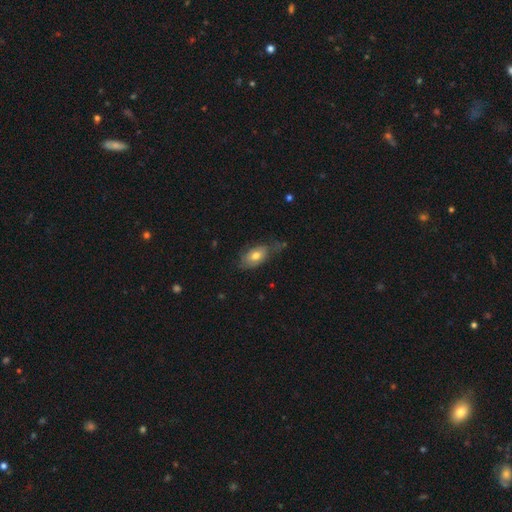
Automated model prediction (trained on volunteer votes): This appears to be a smooth galaxy with no disk features (62%) that is in between round and cigar-shaped (89%). Merging: none (49%).